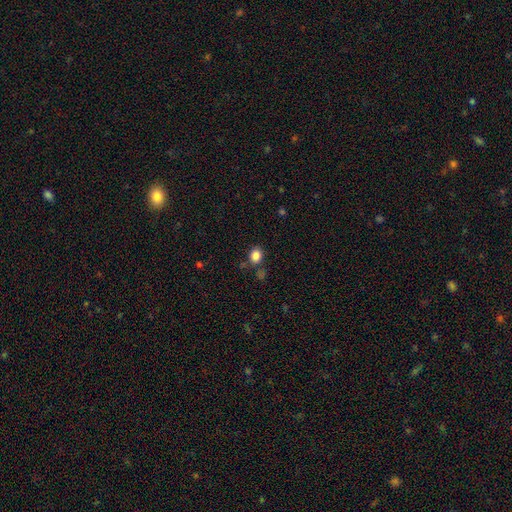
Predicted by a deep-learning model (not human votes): Smooth or featured?
  - smooth: 85% *
  - star or artifact: 11%
  - featured or disk: 4%
How rounded?
  - round: 52% *
  - in between: 47%
  - cigar-shaped: 1%
Merging?
  - none: 75% *
  - minor disturbance: 13%
  - merger: 7%
  - major disturbance: 4%